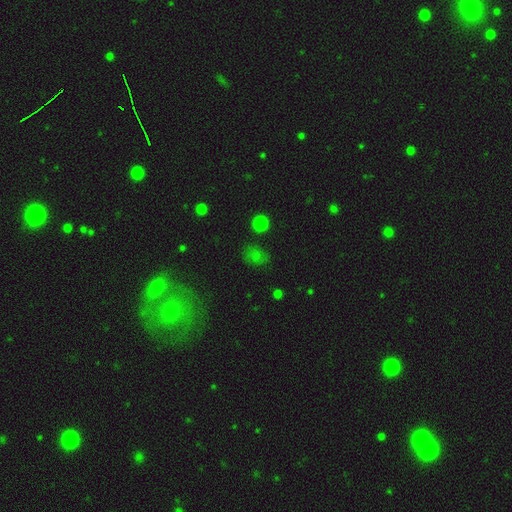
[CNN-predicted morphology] Smooth or featured?
  - smooth: 65% *
  - star or artifact: 27%
  - featured or disk: 8%
How rounded?
  - in between: 58% *
  - round: 40%
  - cigar-shaped: 2%
Merging?
  - none: 72% *
  - minor disturbance: 16%
  - major disturbance: 8%
  - merger: 3%